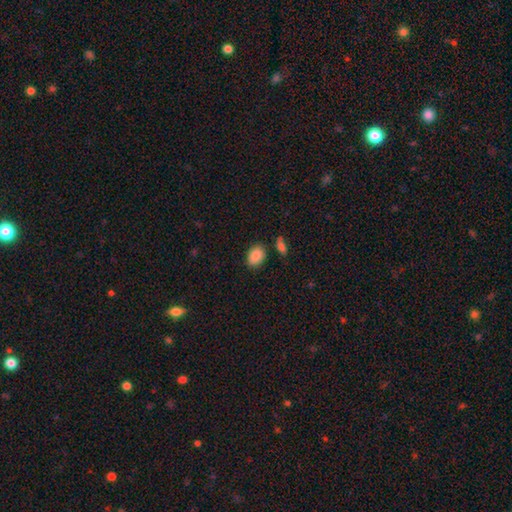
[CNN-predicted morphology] smooth_or_featured: smooth (p=0.87) [alt: star or artifact p=0.07]
how_rounded: in between (p=0.77) [alt: round p=0.22]
merging: none (p=0.82) [alt: minor disturbance p=0.11]